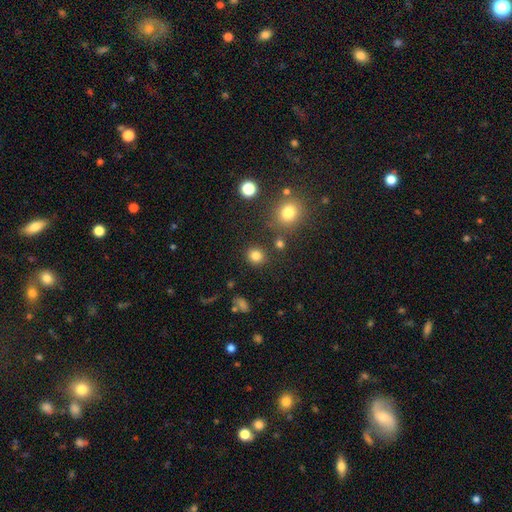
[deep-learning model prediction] A smooth galaxy with no disk features (81%) that is round (87%). Merging: none (86%).